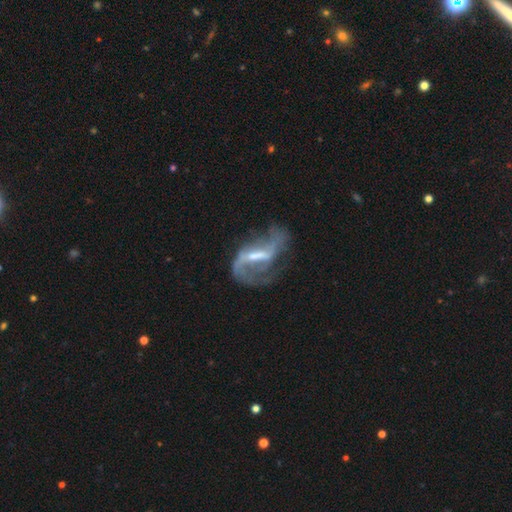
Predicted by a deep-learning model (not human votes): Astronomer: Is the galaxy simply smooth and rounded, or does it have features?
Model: featured or disk — 83%.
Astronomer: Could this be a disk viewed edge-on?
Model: no — 94%.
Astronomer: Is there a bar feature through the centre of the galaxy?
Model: strong — 50% (runner-up: weak, 39%).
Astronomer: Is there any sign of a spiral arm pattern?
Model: yes — 87%.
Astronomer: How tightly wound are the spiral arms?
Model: loose — 61%.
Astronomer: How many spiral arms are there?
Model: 2 — 75%.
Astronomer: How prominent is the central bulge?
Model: small — 42% (runner-up: moderate, 37%).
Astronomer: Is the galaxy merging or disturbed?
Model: none — 46% (runner-up: major disturbance, 29%).